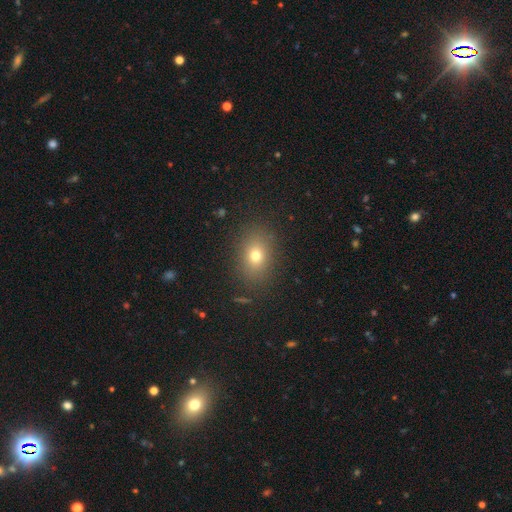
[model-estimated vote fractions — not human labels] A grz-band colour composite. It shows a smooth galaxy with no disk features (72%) that is in between round and cigar-shaped (60%). Merging: none (86%).